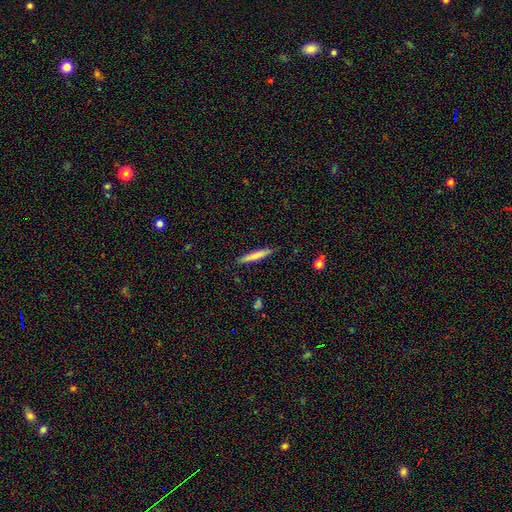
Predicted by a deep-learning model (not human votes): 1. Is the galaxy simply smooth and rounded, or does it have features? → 71% smooth, 23% featured or disk, 6% star or artifact.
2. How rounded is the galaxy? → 94% cigar-shaped, 5% in between, 1% round.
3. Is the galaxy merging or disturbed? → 89% none, 8% minor disturbance, 2% major disturbance, 1% merger.